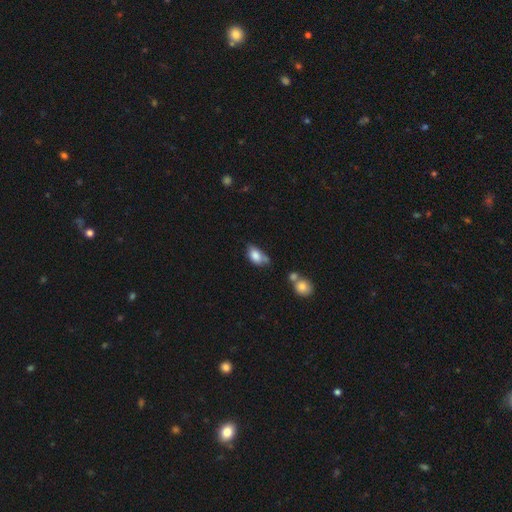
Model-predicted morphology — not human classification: Q: Smooth or featured?
A: smooth (80%); runner-up: featured or disk (12%)
Q: How rounded?
A: in between (88%); runner-up: round (10%)
Q: Merging?
A: none (37%); runner-up: minor disturbance (36%)